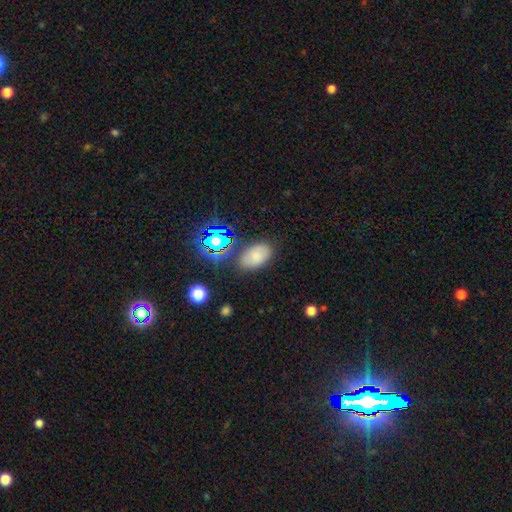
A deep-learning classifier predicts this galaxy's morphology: type=smooth (68%); roundness=in between (89%); merging=none (77%).